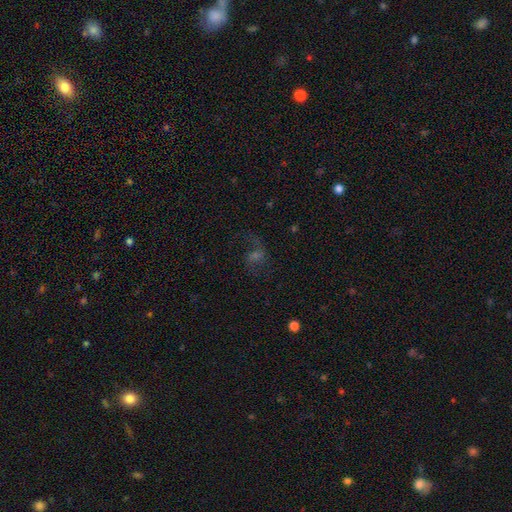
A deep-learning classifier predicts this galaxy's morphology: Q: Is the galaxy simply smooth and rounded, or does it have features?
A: featured or disk — 56%.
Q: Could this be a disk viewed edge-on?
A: no — 96%.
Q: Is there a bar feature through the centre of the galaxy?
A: no — 52%.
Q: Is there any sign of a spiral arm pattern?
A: yes — 86%.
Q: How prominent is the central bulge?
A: small — 42%.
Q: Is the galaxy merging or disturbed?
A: none — 59%.